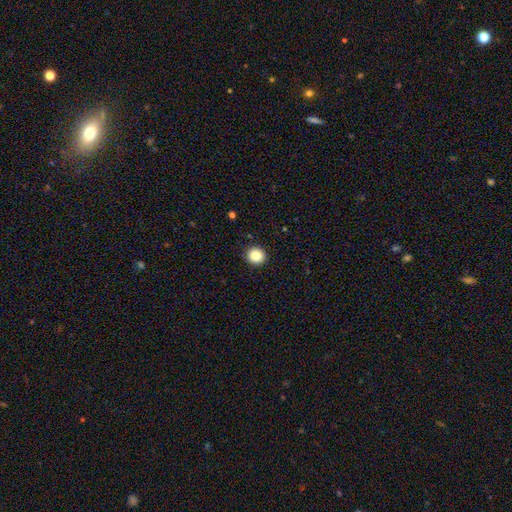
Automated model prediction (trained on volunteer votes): Morphology: type=smooth (87%); roundness=round (90%); merging=none (92%).